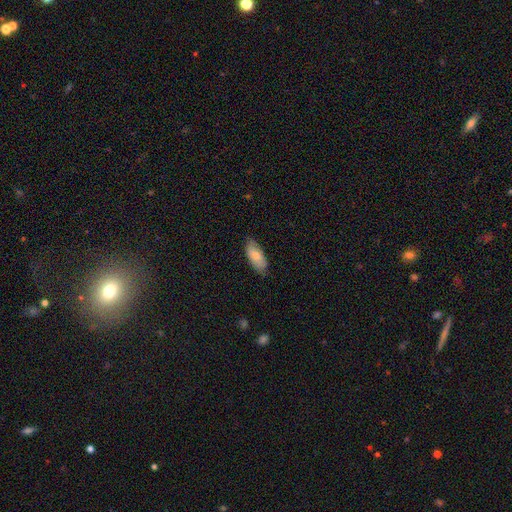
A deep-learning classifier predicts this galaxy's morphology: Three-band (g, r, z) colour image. It shows a smooth galaxy with no disk features (70%) that is in between round and cigar-shaped (88%). Merging: none (74%).